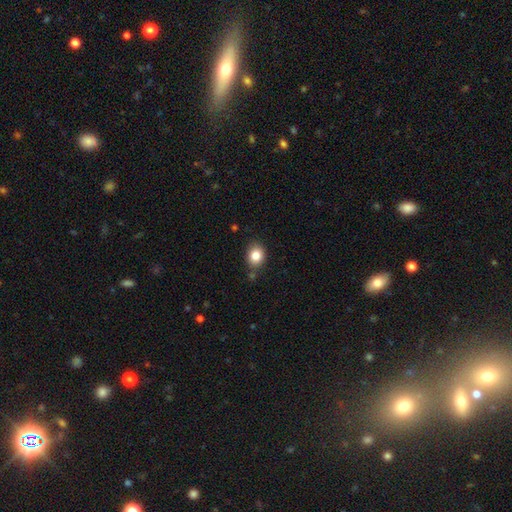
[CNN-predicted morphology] type=smooth (84%); roundness=round (56%); merging=none (78%).